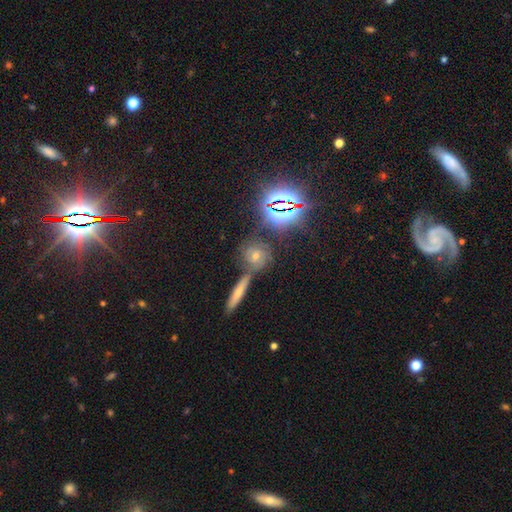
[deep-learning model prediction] smooth-or-featured: star or artifact: 45% | smooth: 30% | featured or disk: 25%